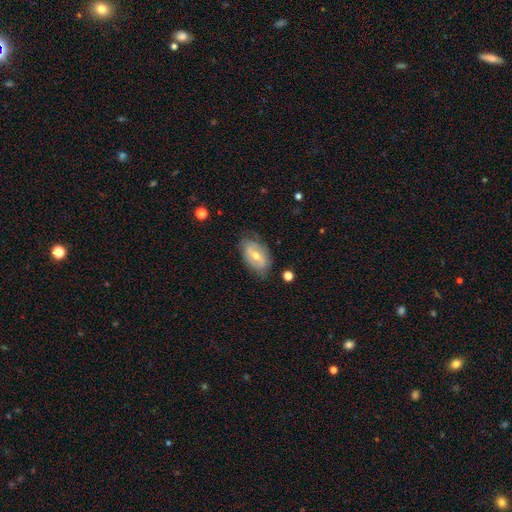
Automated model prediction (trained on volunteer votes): Q: Smooth or featured?
A: featured or disk (54%); runner-up: smooth (38%)
Q: Edge-on disk?
A: no (90%); runner-up: yes (10%)
Q: Merging?
A: none (72%); runner-up: minor disturbance (21%)